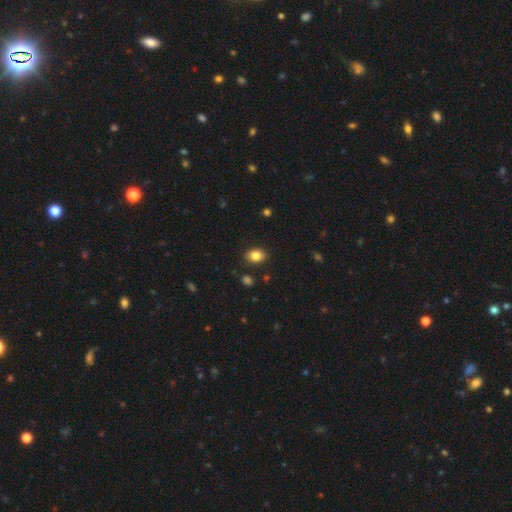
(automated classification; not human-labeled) Q: Smooth or featured?
A: smooth (84%); runner-up: star or artifact (9%)
Q: How rounded?
A: in between (72%); runner-up: round (27%)
Q: Merging?
A: none (87%); runner-up: minor disturbance (9%)